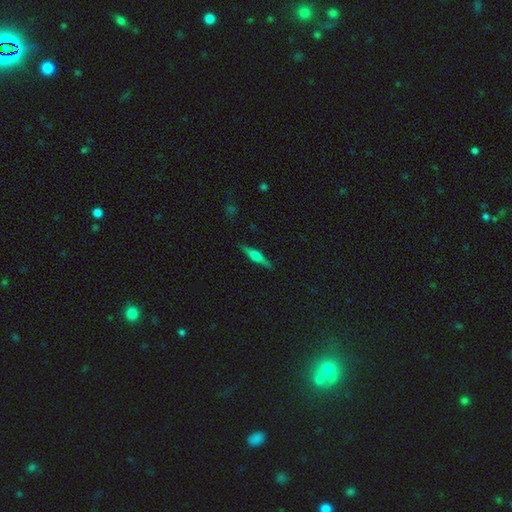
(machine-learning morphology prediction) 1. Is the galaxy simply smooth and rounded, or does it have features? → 69% featured or disk, 25% smooth, 6% star or artifact.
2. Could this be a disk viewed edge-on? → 98% yes, 2% no.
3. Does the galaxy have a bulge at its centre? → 89% rounded, 8% boxy, 3% none.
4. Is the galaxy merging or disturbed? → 90% none, 7% minor disturbance, 2% major disturbance, 1% merger.